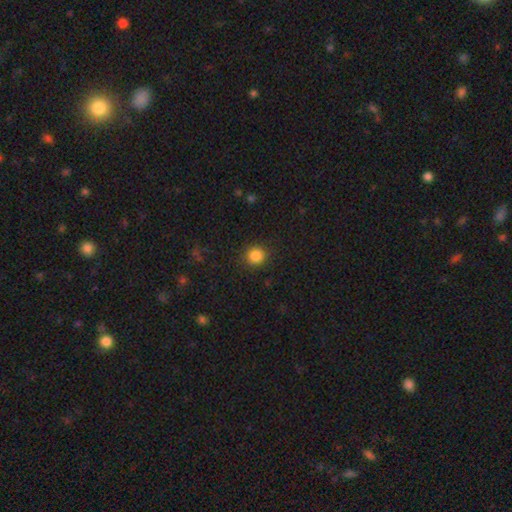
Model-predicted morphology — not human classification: A smooth galaxy with no disk features (85%) that is round (90%).

Vote fractions:
- Smooth or featured? smooth: 85% / star or artifact: 11% / featured or disk: 4%
- How rounded? round: 90% / in between: 9% / cigar-shaped: 1%
- Merging? none: 90% / minor disturbance: 7% / major disturbance: 3% / merger: 1%